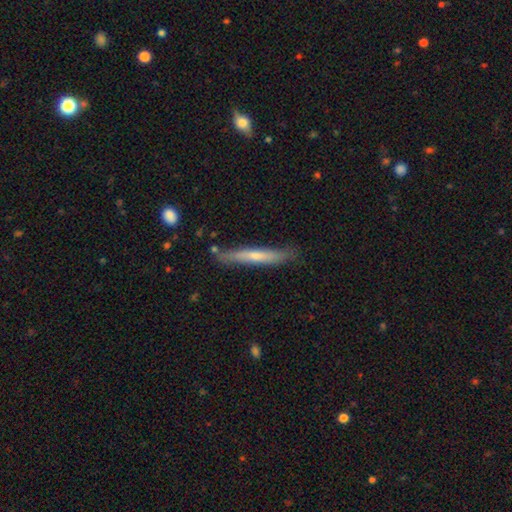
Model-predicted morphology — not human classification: This is possibly a smooth galaxy (51%). How rounded: clearly cigar-shaped (95%). Merging: clearly none (81%).